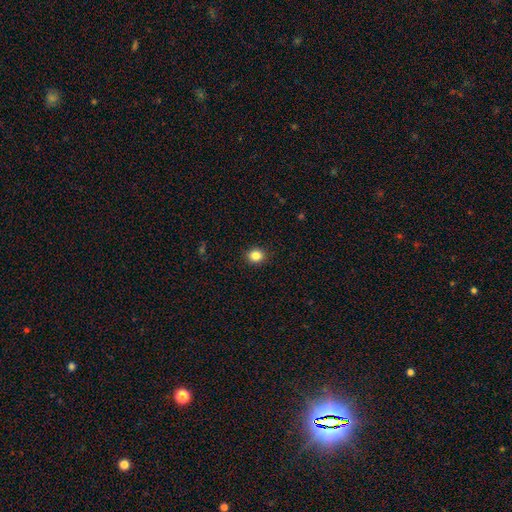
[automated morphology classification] smooth 84%, star or artifact 11%, featured or disk 4%. Down the decision tree: how rounded — round (78%); merging — none (91%).